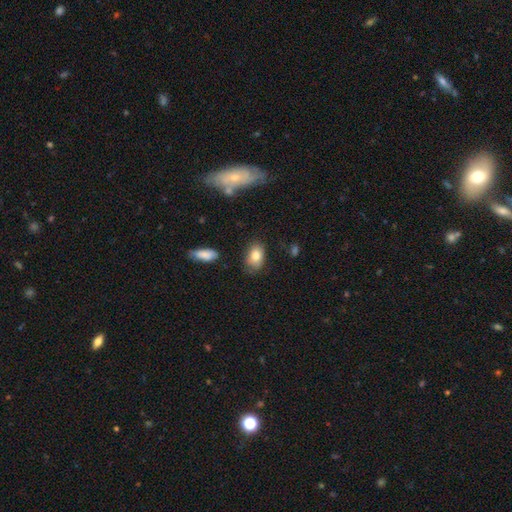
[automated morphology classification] Q: Smooth or featured?
A: smooth (80%); runner-up: featured or disk (12%)
Q: How rounded?
A: in between (86%); runner-up: round (13%)
Q: Merging?
A: none (72%); runner-up: minor disturbance (21%)